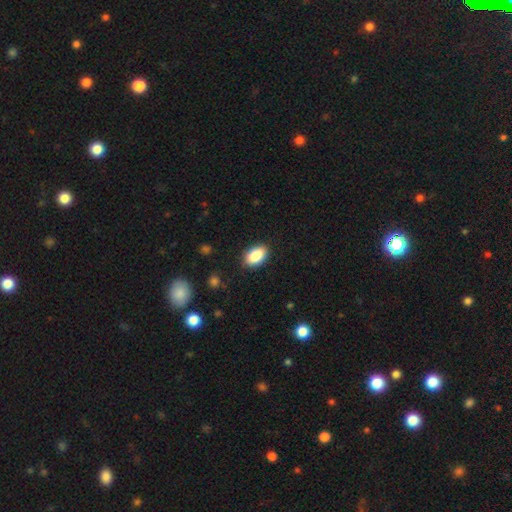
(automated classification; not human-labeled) Smooth or featured? Predicted: smooth (p=0.88). How rounded? Predicted: in between (p=0.93). Merging? Predicted: none (p=0.87).